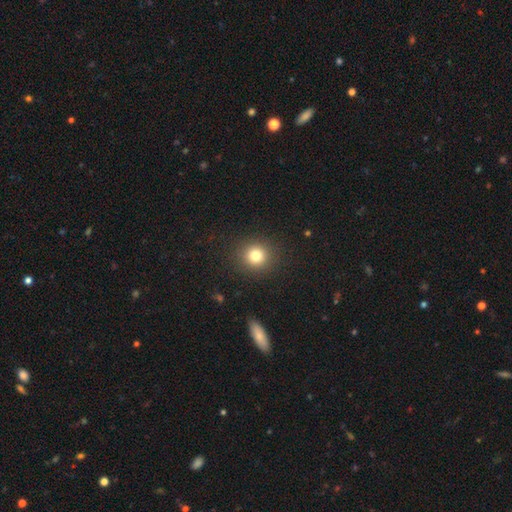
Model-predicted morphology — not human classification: A smooth galaxy with no disk features (80%) that is round (91%).

Vote fractions:
- Smooth or featured? smooth: 80% / star or artifact: 13% / featured or disk: 7%
- How rounded? round: 91% / in between: 8% / cigar-shaped: 1%
- Merging? none: 90% / minor disturbance: 6% / major disturbance: 3% / merger: 1%